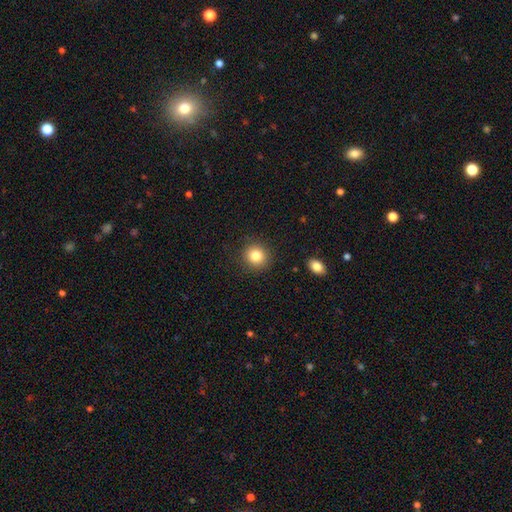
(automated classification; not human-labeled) This is clearly a smooth galaxy (83%). How rounded: clearly round (89%). Merging: clearly none (89%).